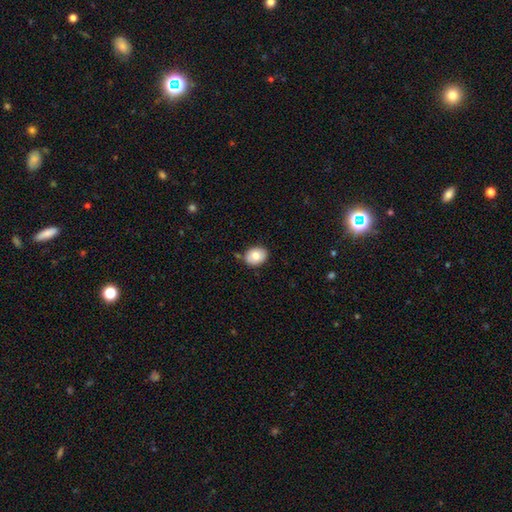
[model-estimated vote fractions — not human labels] Smooth or featured: smooth — 79% (featured or disk — 14%)
How rounded: in between — 60% (round — 39%)
Merging: none — 81% (minor disturbance — 13%)